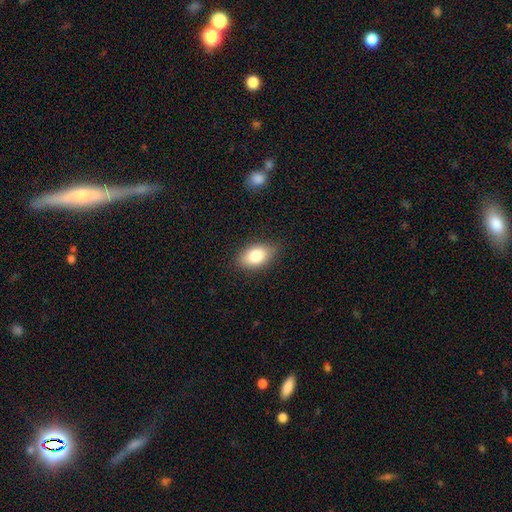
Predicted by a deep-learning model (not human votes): A smooth galaxy with no disk features (83%) that is in between round and cigar-shaped (90%).

Vote fractions:
- Smooth or featured? smooth: 83% / featured or disk: 10% / star or artifact: 7%
- How rounded? in between: 90% / round: 7% / cigar-shaped: 3%
- Merging? none: 83% / minor disturbance: 13% / major disturbance: 3% / merger: 1%